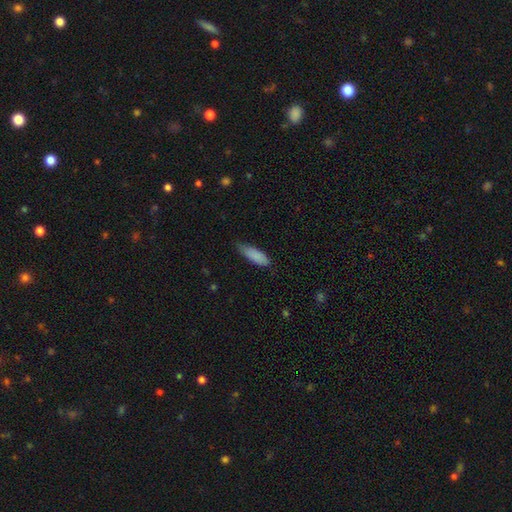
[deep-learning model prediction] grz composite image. It shows a smooth galaxy with no disk features (86%) that is in between round and cigar-shaped (63%). Merging: none (60%).